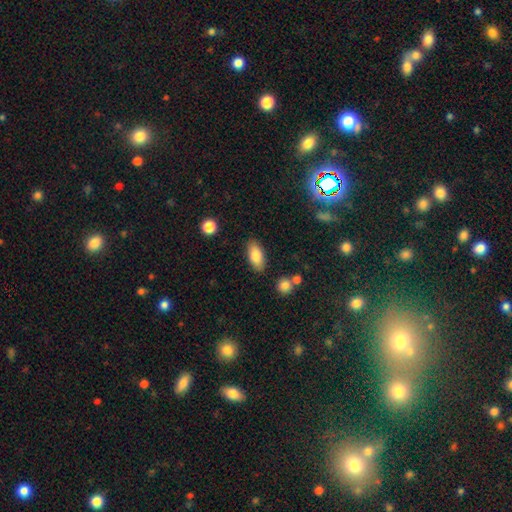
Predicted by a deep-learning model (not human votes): smooth_or_featured: smooth (p=0.81) [alt: featured or disk p=0.12]
how_rounded: in between (p=0.87) [alt: cigar-shaped p=0.10]
merging: none (p=0.85) [alt: minor disturbance p=0.10]